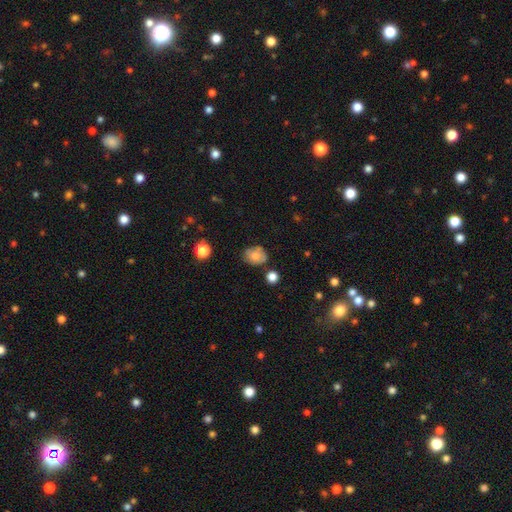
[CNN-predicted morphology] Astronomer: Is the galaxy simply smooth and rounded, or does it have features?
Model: smooth — 74%.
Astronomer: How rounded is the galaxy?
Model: in between — 59% (runner-up: round, 40%).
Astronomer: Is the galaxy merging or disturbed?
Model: none — 65%.